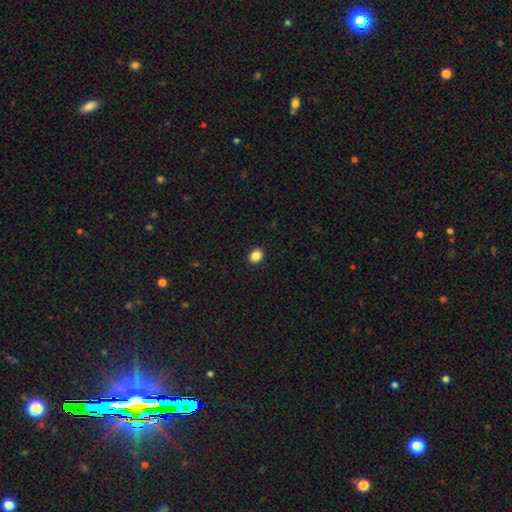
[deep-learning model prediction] A smooth galaxy with no disk features (86%) that is round (54%). Merging: none (92%).